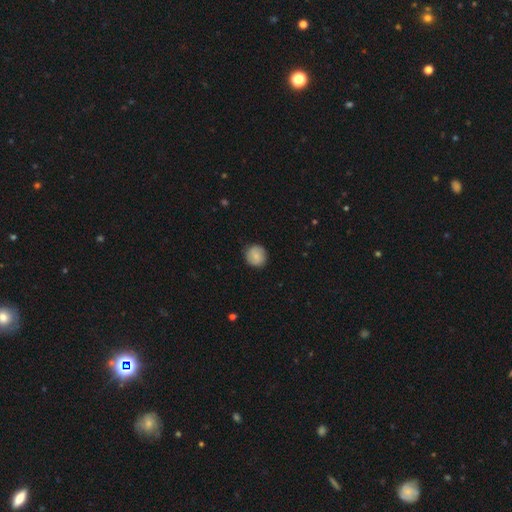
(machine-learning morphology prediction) A smooth galaxy with no disk features (75%) that is round (91%). Merging: none (86%).